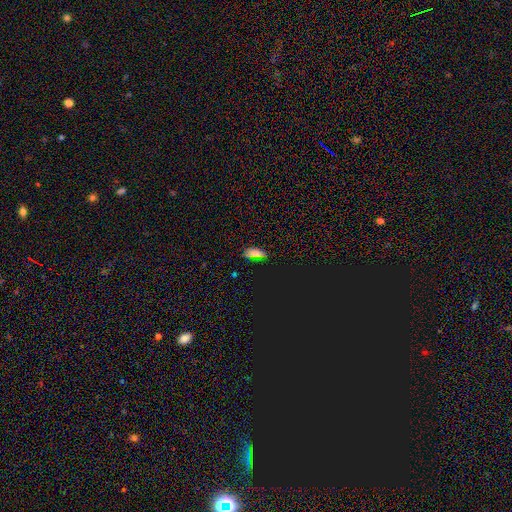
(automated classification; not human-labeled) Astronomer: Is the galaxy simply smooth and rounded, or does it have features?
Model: smooth — 62%.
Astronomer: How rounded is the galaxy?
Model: in between — 82%.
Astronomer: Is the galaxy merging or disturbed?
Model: none — 77%.